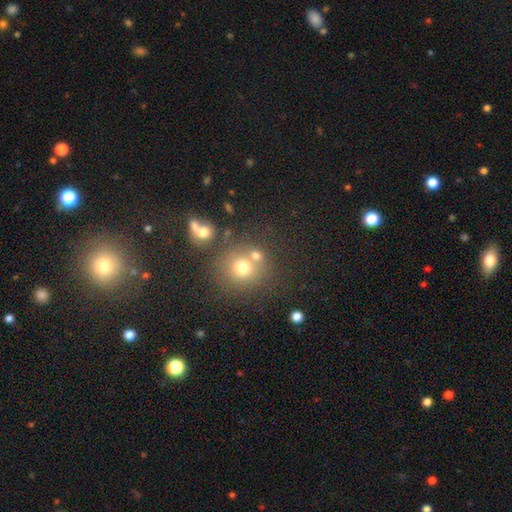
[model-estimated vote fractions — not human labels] This appears to be a smooth galaxy with no disk features (71%) that is round (85%). Merging: none (58%).